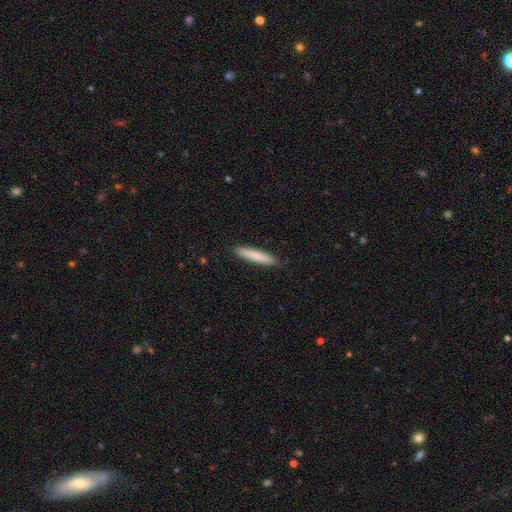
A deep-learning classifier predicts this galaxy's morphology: Overall: smooth (81%). How rounded: cigar-shaped (93%). Merging: none (90%).